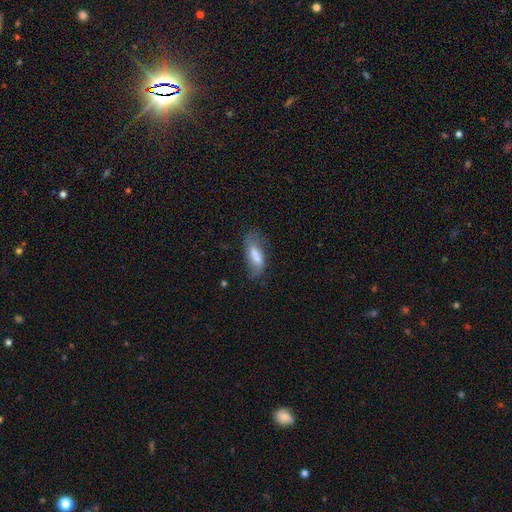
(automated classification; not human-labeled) Overall: smooth (60%; featured or disk 32%). How rounded: in between (72%). Merging: none (50%; minor disturbance 30%).